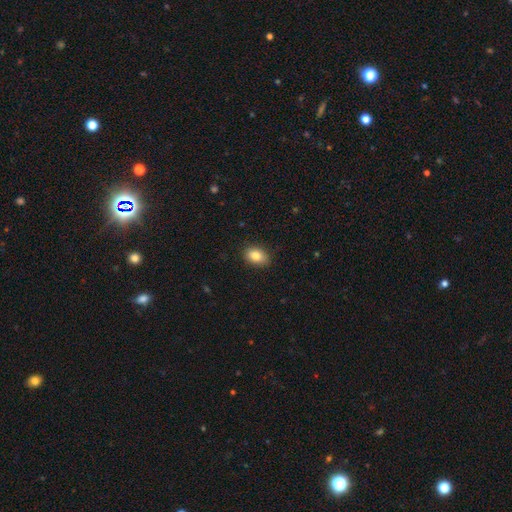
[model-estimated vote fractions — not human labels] This appears to be a smooth galaxy with no disk features (83%) that is in between round and cigar-shaped (84%). Merging: none (86%).